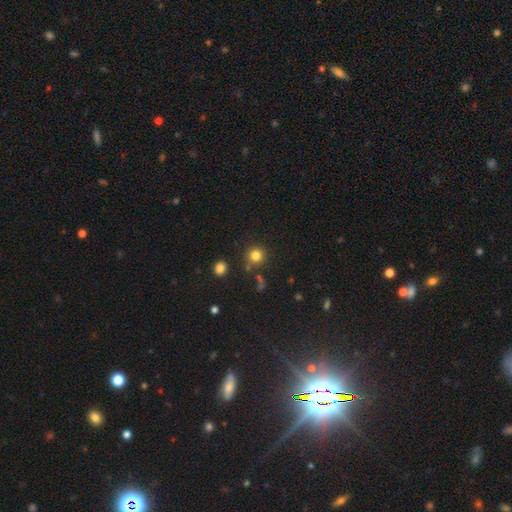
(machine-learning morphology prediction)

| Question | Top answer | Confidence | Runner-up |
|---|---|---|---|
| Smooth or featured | smooth | 81% | star or artifact (13%) |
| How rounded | round | 92% | in between (7%) |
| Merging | none | 80% | minor disturbance (9%) |